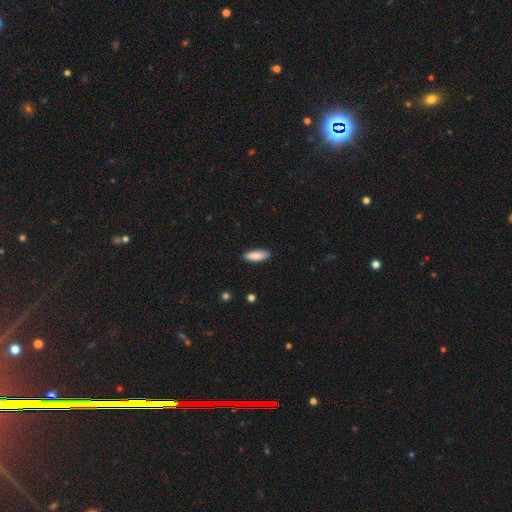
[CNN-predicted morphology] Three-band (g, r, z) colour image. It shows a smooth galaxy with no disk features (87%) that is in between round and cigar-shaped (55%). Merging: none (89%).